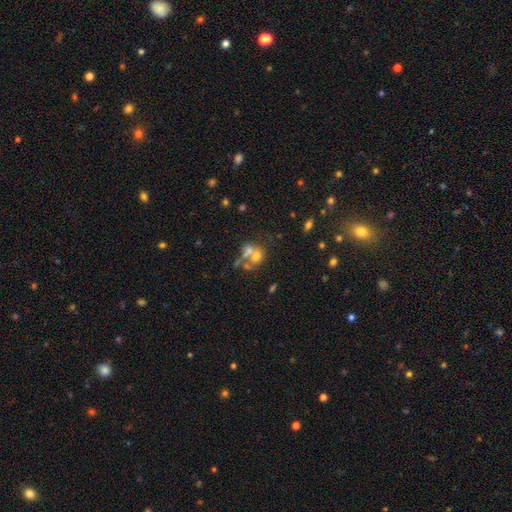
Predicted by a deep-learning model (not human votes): smooth_or_featured: smooth (p=0.55) [alt: featured or disk p=0.29]
how_rounded: in between (p=0.54) [alt: round p=0.44]
merging: merger (p=0.55) [alt: none p=0.25]